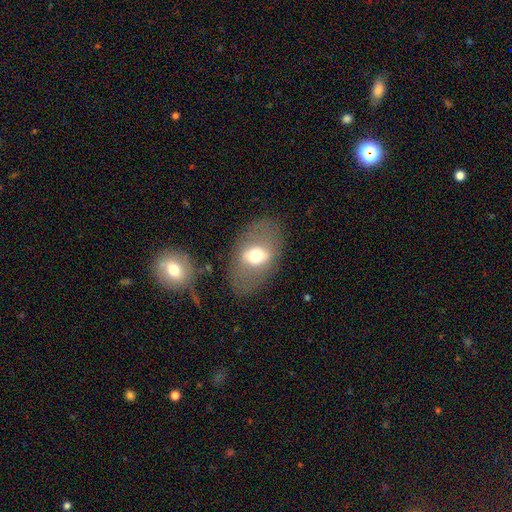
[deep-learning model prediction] Smooth or featured? Predicted: smooth (p=0.50). Merging? Predicted: none (p=0.76).